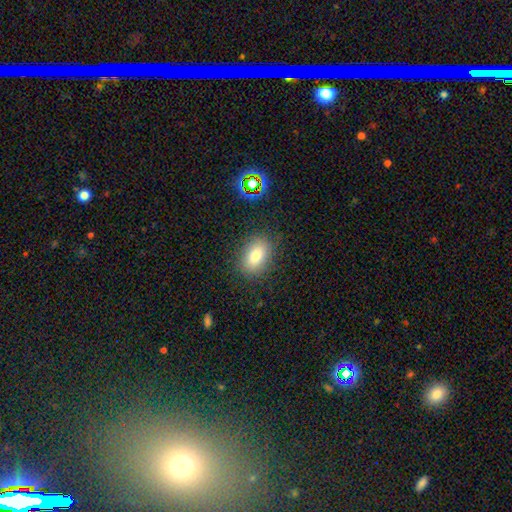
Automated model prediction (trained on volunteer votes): Q: Smooth or featured?
A: smooth (80%); runner-up: star or artifact (11%)
Q: How rounded?
A: in between (81%); runner-up: round (17%)
Q: Merging?
A: none (84%); runner-up: minor disturbance (11%)